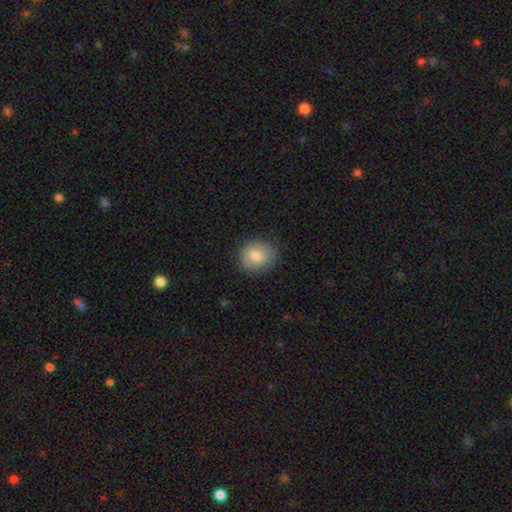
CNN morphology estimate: This is clearly a smooth galaxy (80%). How rounded: likely round (74%). Merging: clearly none (81%).